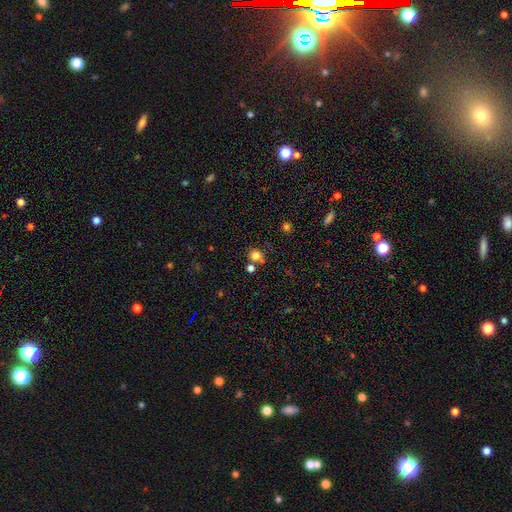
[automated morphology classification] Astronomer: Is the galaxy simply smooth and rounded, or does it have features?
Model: smooth — 78%.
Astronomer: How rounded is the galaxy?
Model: round — 80%.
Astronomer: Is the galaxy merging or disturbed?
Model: none — 66%.